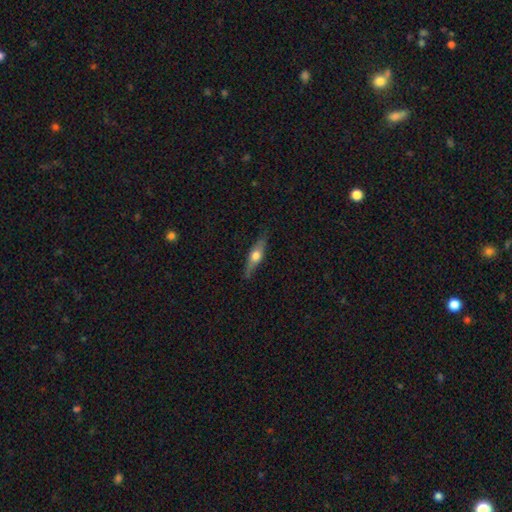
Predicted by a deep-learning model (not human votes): A featured or disk galaxy (52%) viewed edge-on (90%). Merging: none (82%).